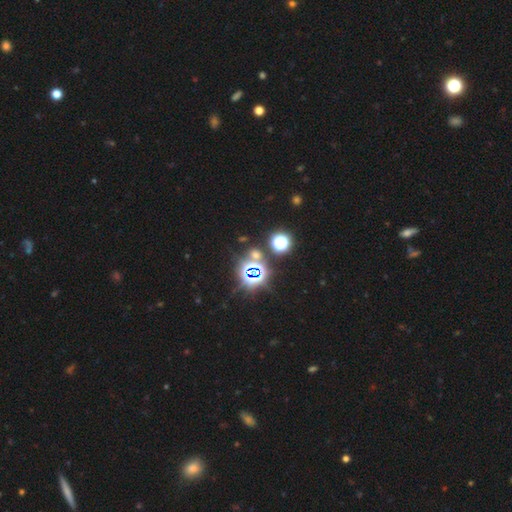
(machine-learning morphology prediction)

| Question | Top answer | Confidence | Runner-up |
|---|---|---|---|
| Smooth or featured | star or artifact | 70% | smooth (22%) |